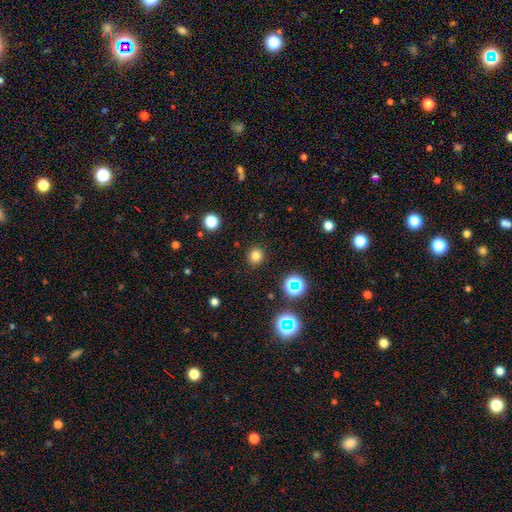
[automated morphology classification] A smooth galaxy with no disk features (78%) that is round (91%).

Vote fractions:
- Smooth or featured? smooth: 78% / star or artifact: 17% / featured or disk: 5%
- How rounded? round: 91% / in between: 9% / cigar-shaped: 1%
- Merging? none: 91% / minor disturbance: 6% / major disturbance: 2% / merger: 1%